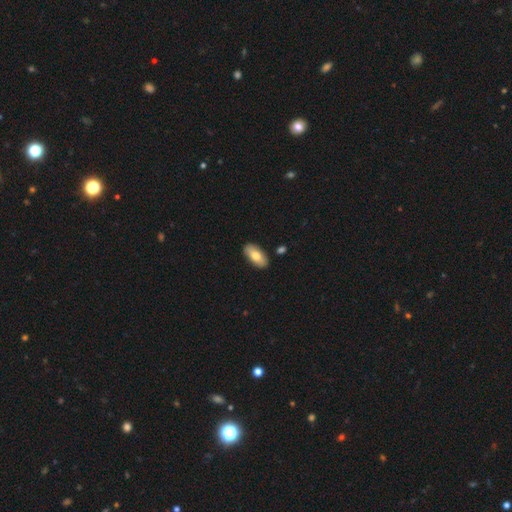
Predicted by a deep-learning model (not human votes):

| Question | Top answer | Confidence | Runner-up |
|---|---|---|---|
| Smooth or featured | smooth | 76% | featured or disk (18%) |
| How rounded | in between | 92% | cigar-shaped (6%) |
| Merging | none | 88% | minor disturbance (8%) |